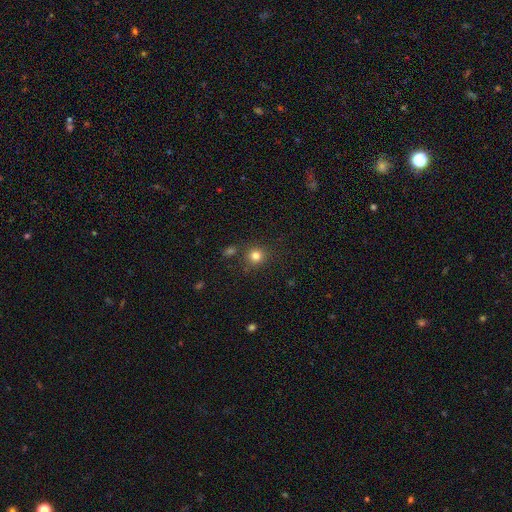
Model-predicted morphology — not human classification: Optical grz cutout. It shows a smooth galaxy with no disk features (80%) that is round (91%). Merging: none (84%).